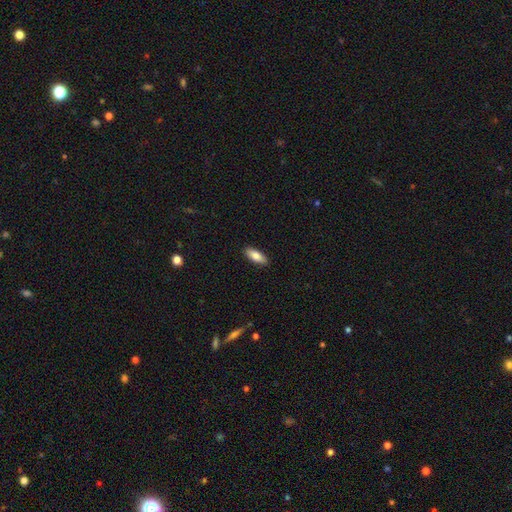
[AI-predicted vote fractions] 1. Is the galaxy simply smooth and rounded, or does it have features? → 82% smooth, 12% featured or disk, 6% star or artifact.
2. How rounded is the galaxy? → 71% in between, 27% cigar-shaped, 2% round.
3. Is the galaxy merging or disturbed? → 90% none, 8% minor disturbance, 2% major disturbance, 1% merger.